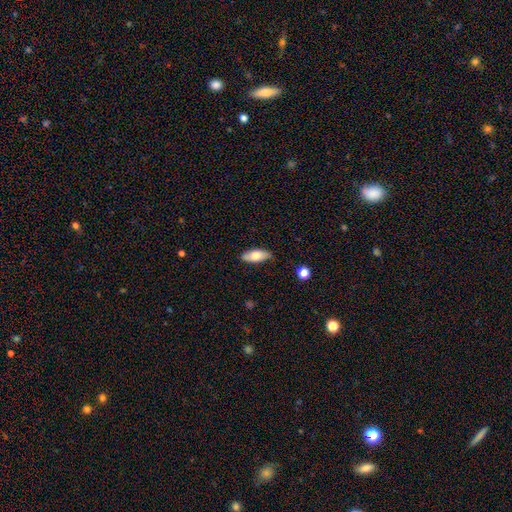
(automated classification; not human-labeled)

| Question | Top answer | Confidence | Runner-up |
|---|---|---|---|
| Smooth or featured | smooth | 73% | featured or disk (21%) |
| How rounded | in between | 81% | cigar-shaped (16%) |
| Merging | none | 81% | minor disturbance (15%) |